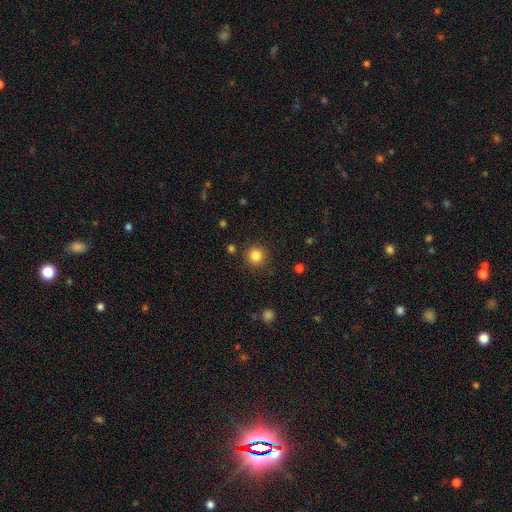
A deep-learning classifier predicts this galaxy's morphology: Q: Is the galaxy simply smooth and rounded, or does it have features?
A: smooth — 83%.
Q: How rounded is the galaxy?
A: round — 94%.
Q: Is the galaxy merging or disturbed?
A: none — 89%.